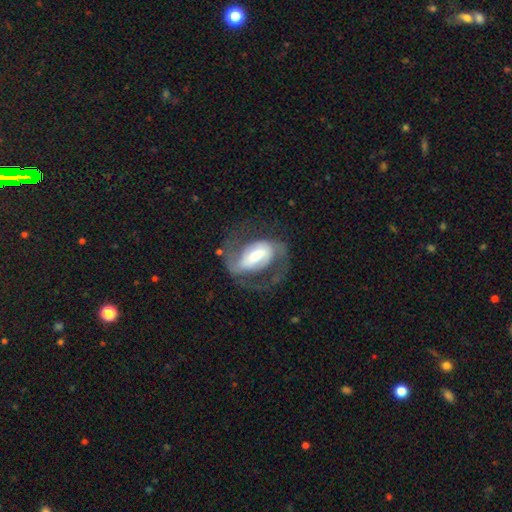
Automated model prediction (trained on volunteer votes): featured or disk 85%, smooth 10%, star or artifact 5%. Down the decision tree: edge-on disk — no (97%); bar — strong (51%); spiral arms — yes (93%); spiral arm count — 2 (89%); spiral winding — medium (54%); bulge size — moderate (48%); merging — none (60%).